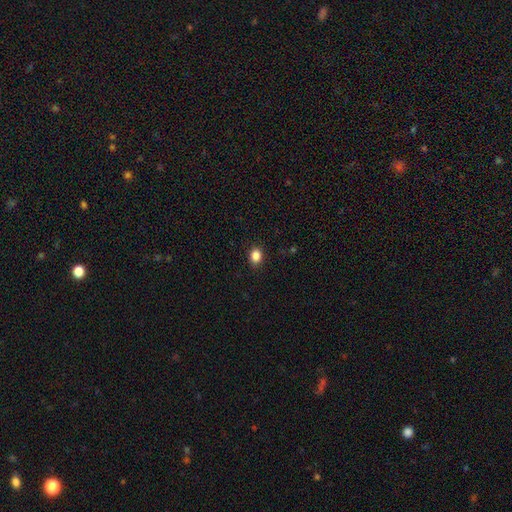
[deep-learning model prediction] This appears to be a smooth galaxy with no disk features (86%) that is in between round and cigar-shaped (56%). Merging: none (89%).